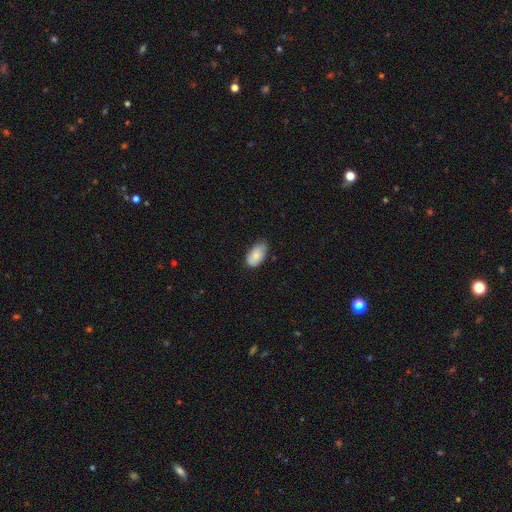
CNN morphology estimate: The model was most divided on "merging": none: 66%, minor disturbance: 29%, major disturbance: 4%, merger: 1%. More confident: how rounded — in between (94%); smooth or featured — smooth (80%).